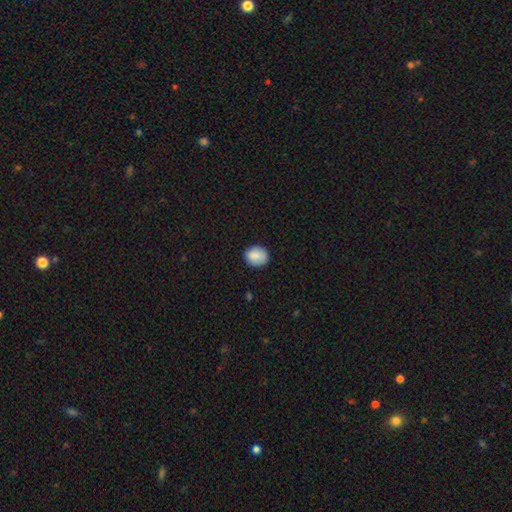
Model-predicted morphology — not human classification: smooth 85%, star or artifact 8%, featured or disk 8%. Down the decision tree: how rounded — round (64%); merging — none (83%).